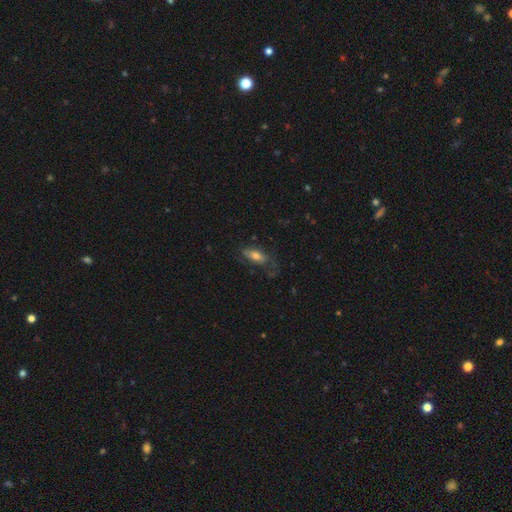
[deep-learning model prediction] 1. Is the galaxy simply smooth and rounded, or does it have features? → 60% smooth, 32% featured or disk, 9% star or artifact.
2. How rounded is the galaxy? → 79% in between, 17% cigar-shaped, 5% round.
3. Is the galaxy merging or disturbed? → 48% none, 27% minor disturbance, 23% major disturbance, 2% merger.